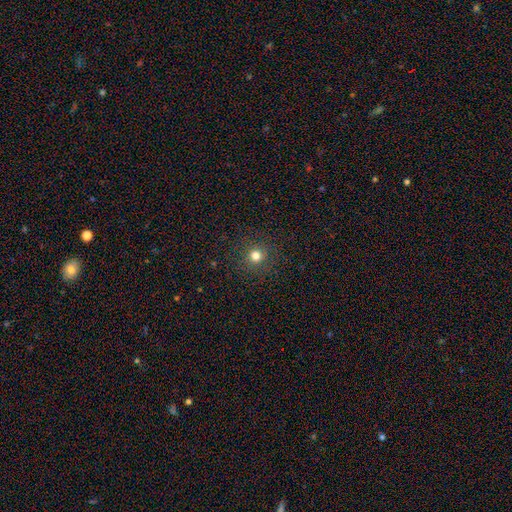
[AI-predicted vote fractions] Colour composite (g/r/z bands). It shows a smooth galaxy with no disk features (77%) that is round (95%). Merging: none (91%).